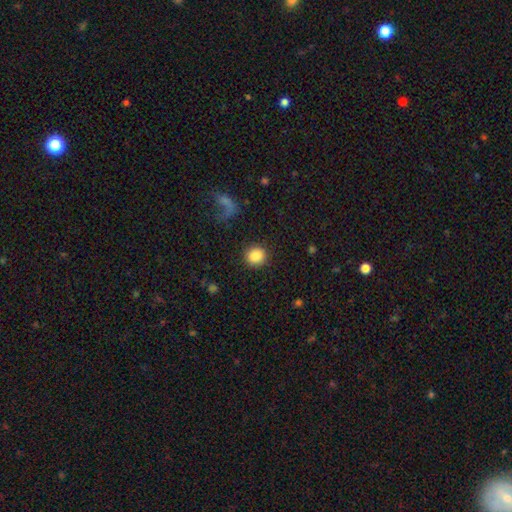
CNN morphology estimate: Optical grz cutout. It shows a smooth galaxy with no disk features (86%) that is round (89%). Merging: none (89%).